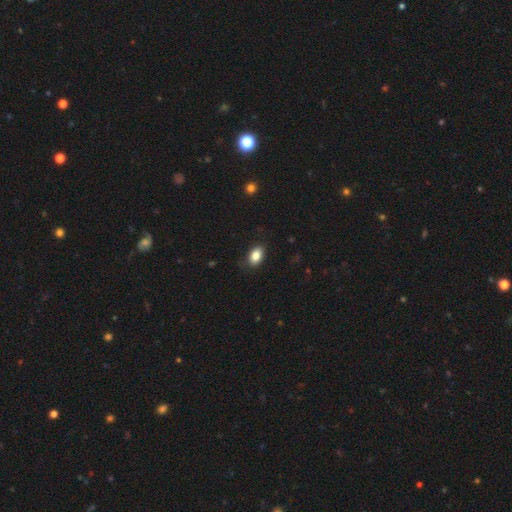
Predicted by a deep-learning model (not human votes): smooth 85%, star or artifact 8%, featured or disk 6%. Down the decision tree: how rounded — in between (87%); merging — none (82%).